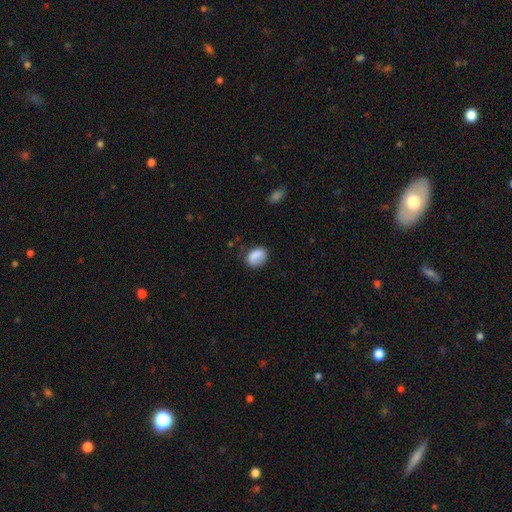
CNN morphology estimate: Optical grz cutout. It shows a smooth galaxy with no disk features (84%) that is in between round and cigar-shaped (70%). Merging: none (68%).